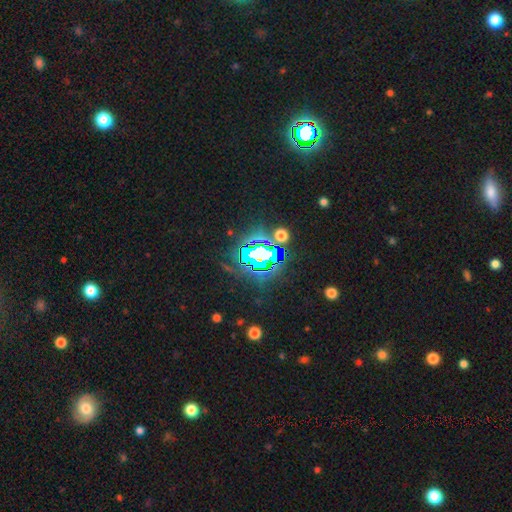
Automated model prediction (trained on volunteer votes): Smooth or featured: star or artifact — 72% (featured or disk — 14%)